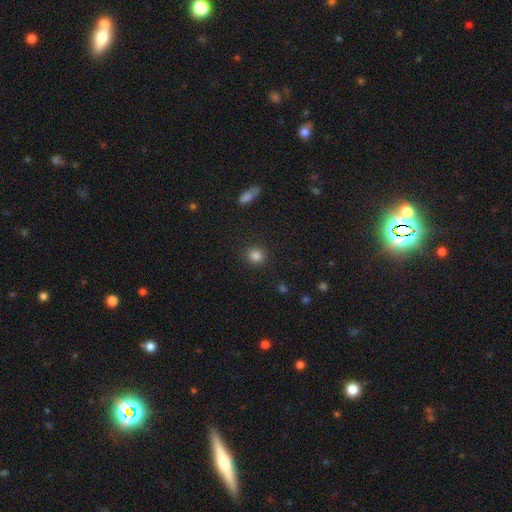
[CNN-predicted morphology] Q: Smooth or featured?
A: smooth (85%); runner-up: star or artifact (11%)
Q: How rounded?
A: round (82%); runner-up: in between (17%)
Q: Merging?
A: none (89%); runner-up: minor disturbance (7%)